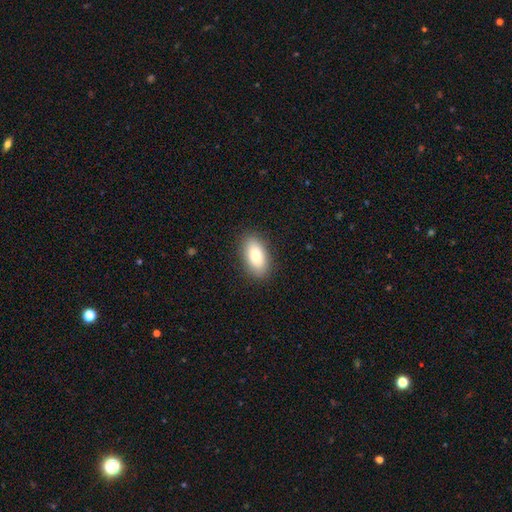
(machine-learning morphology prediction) smooth_or_featured: smooth (p=0.80) [alt: featured or disk p=0.13]
how_rounded: in between (p=0.92) [alt: round p=0.04]
merging: none (p=0.88) [alt: minor disturbance p=0.09]